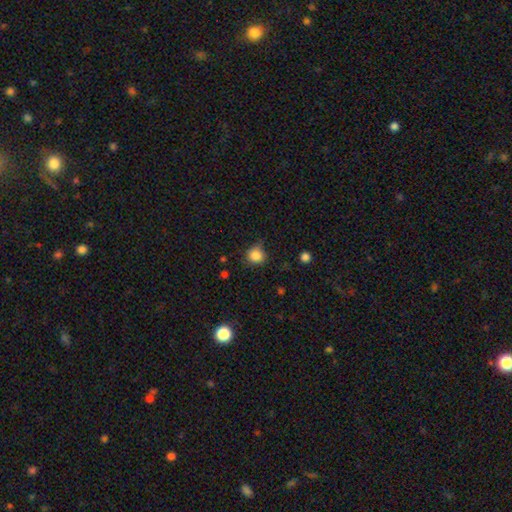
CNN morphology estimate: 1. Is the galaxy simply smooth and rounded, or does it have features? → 84% smooth, 11% star or artifact, 4% featured or disk.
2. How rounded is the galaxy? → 85% round, 14% in between, 1% cigar-shaped.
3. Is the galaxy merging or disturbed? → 71% none, 23% minor disturbance, 5% major disturbance, 2% merger.